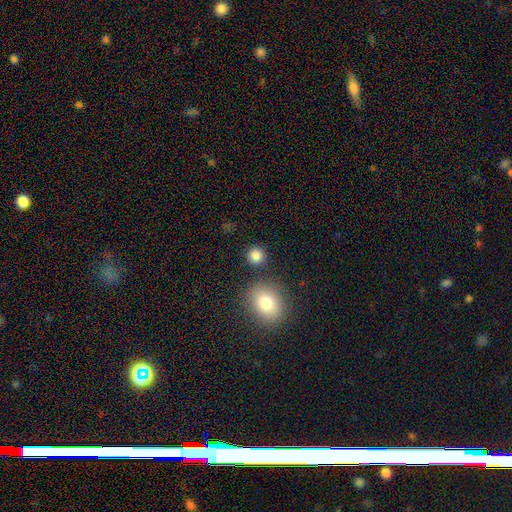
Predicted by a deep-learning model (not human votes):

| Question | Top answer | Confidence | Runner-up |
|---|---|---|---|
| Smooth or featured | smooth | 84% | star or artifact (11%) |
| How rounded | round | 90% | in between (9%) |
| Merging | none | 84% | minor disturbance (7%) |